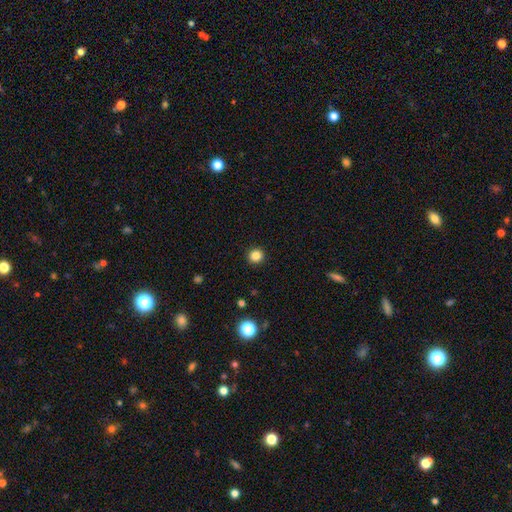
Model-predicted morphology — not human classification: This appears to be a smooth galaxy with no disk features (85%) that is round (94%). Merging: none (93%).